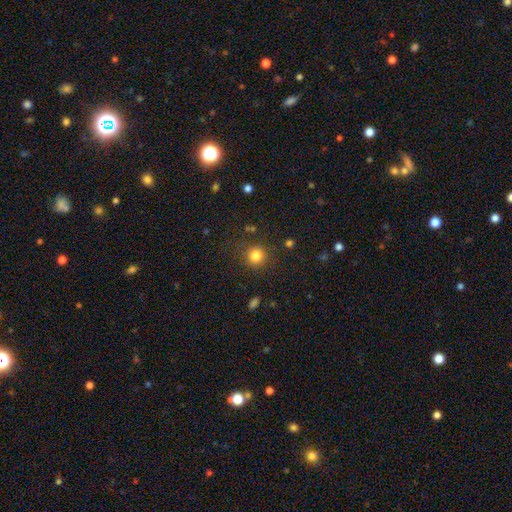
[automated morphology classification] Q: Smooth or featured?
A: smooth (82%); runner-up: star or artifact (13%)
Q: How rounded?
A: round (92%); runner-up: in between (7%)
Q: Merging?
A: none (87%); runner-up: minor disturbance (8%)